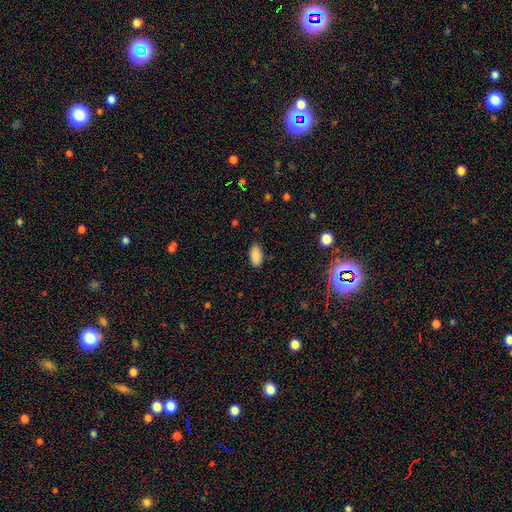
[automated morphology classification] This appears to be a smooth galaxy with no disk features (88%) that is in between round and cigar-shaped (93%). Merging: none (85%).